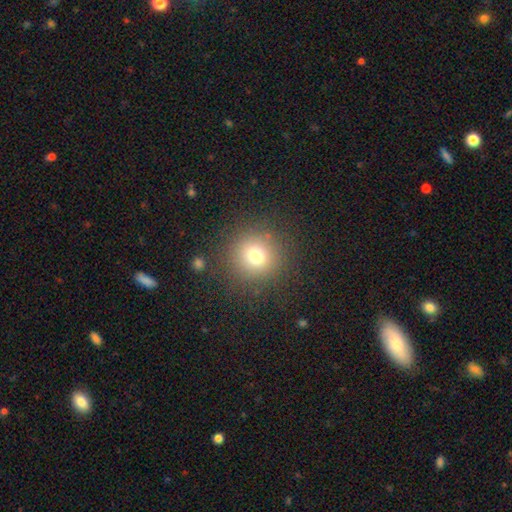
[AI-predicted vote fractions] Smooth or featured: smooth — 72% (star or artifact — 17%)
How rounded: round — 94% (in between — 5%)
Merging: none — 87% (minor disturbance — 7%)